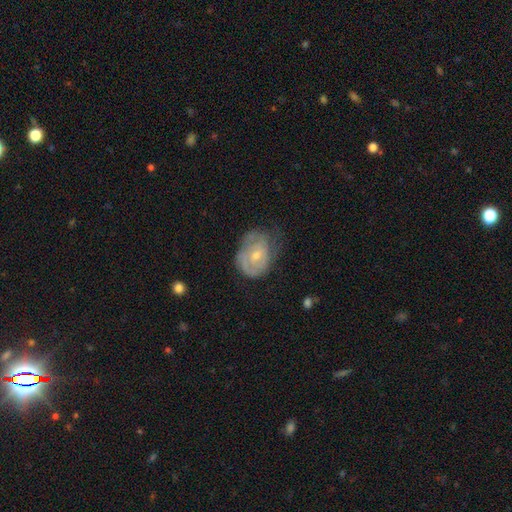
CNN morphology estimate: A featured or disk galaxy (61%) with no bar (67%), spiral arms (70%) and a small central bulge (53%).

Vote fractions:
- Smooth or featured? featured or disk: 61% / smooth: 32% / star or artifact: 7%
- Edge-on disk? no: 96% / yes: 4%
- Bar? no: 67% / weak: 29% / strong: 4%
- Spiral arms? yes: 70% / no: 30%
- Bulge size? small: 53% / moderate: 43% / none: 2% / large: 2% / dominant: 1%
- Merging? none: 48% / minor disturbance: 32% / major disturbance: 18% / merger: 2%